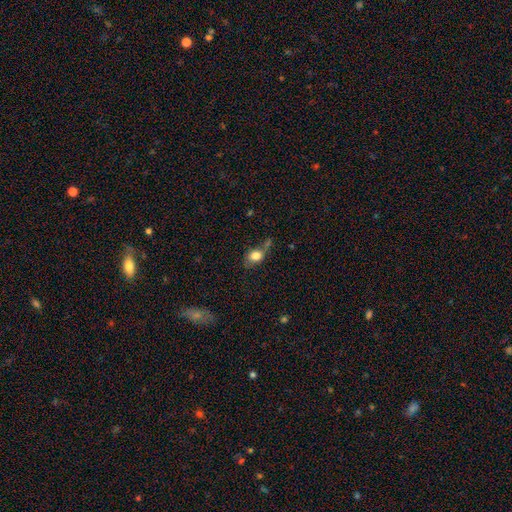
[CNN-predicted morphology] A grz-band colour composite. It shows a smooth galaxy with no disk features (80%) that is in between round and cigar-shaped (61%). Merging: none (46%).